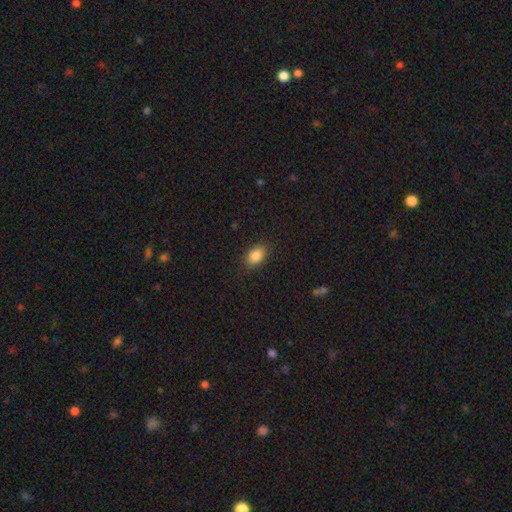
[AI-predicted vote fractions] Smooth or featured: smooth — 85% (star or artifact — 9%)
How rounded: in between — 82% (round — 16%)
Merging: none — 84% (minor disturbance — 12%)